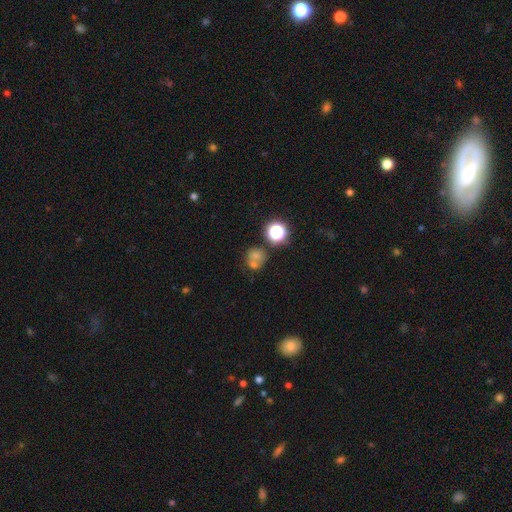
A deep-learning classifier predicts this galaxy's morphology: Smooth or featured?
  - smooth: 52% *
  - star or artifact: 34%
  - featured or disk: 14%
How rounded?
  - round: 80% *
  - in between: 18%
  - cigar-shaped: 1%
Merging?
  - none: 53% *
  - merger: 31%
  - minor disturbance: 10%
  - major disturbance: 6%